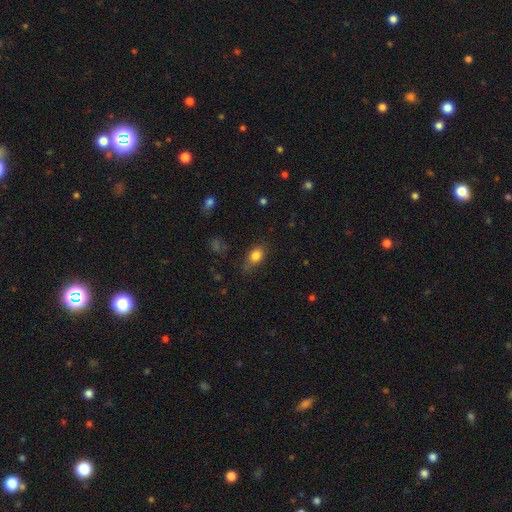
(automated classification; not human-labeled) Overall: smooth (82%). How rounded: in between (73%). Merging: none (67%).